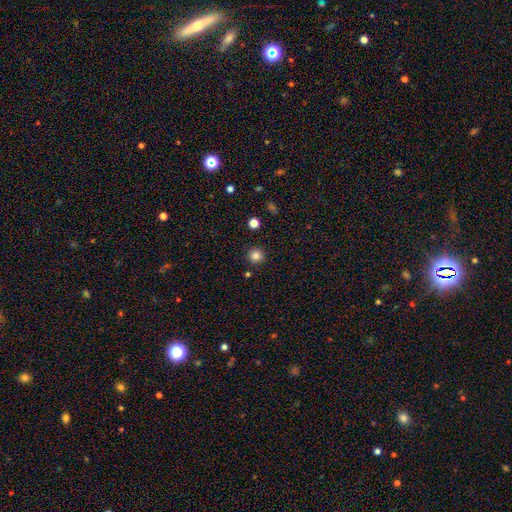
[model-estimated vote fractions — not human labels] Q: Smooth or featured?
A: smooth (84%); runner-up: star or artifact (12%)
Q: How rounded?
A: round (95%); runner-up: in between (4%)
Q: Merging?
A: none (91%); runner-up: minor disturbance (5%)